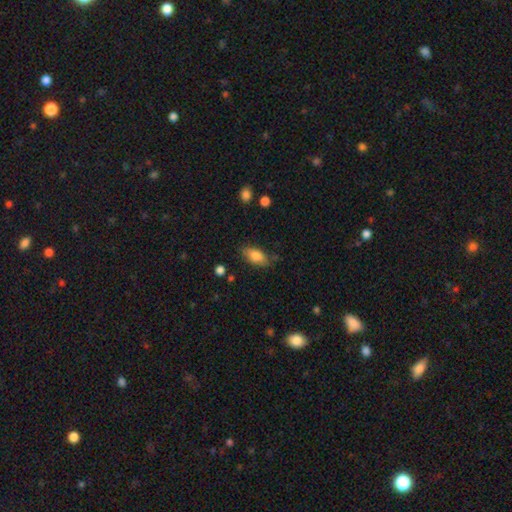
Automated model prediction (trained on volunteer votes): This is clearly a smooth galaxy (81%). How rounded: clearly in between (88%). Merging: likely none (77%).